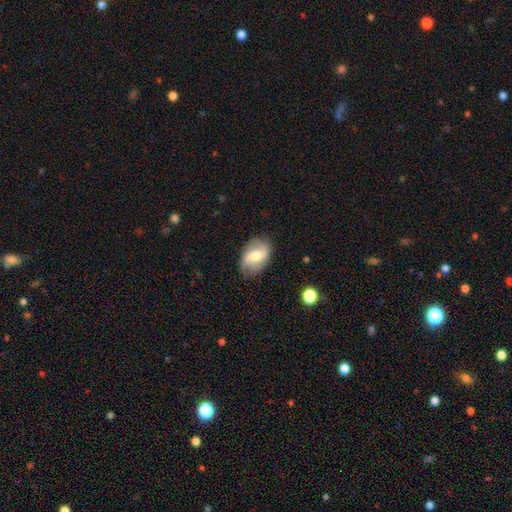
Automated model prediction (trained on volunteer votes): A featured or disk galaxy (50%).

Vote fractions:
- Smooth or featured? featured or disk: 50% / smooth: 43% / star or artifact: 7%
- Edge-on disk? no: 95% / yes: 5%
- Merging? none: 77% / minor disturbance: 17% / major disturbance: 5% / merger: 1%